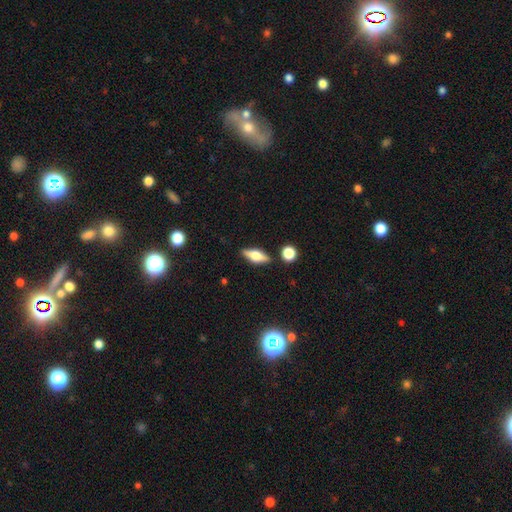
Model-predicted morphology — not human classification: smooth-or-featured: featured or disk: 48% | smooth: 44% | star or artifact: 8%
  merging: none: 84% | minor disturbance: 10% | merger: 4% | major disturbance: 2%